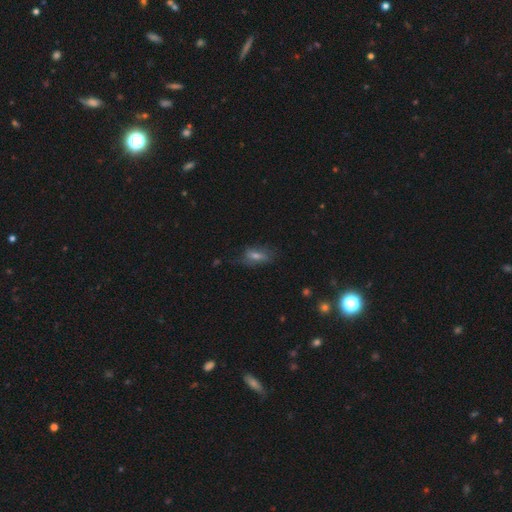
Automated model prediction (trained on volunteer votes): Smooth or featured? smooth (49%)
Merging? none (64%)